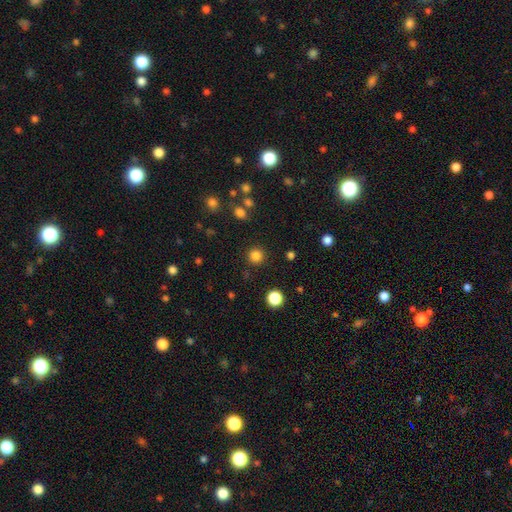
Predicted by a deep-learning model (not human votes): smooth-or-featured: smooth: 83% | star or artifact: 13% | featured or disk: 4%
  how-rounded: round: 95% | in between: 4% | cigar-shaped: 1%
  merging: none: 91% | minor disturbance: 5% | major disturbance: 2% | merger: 2%